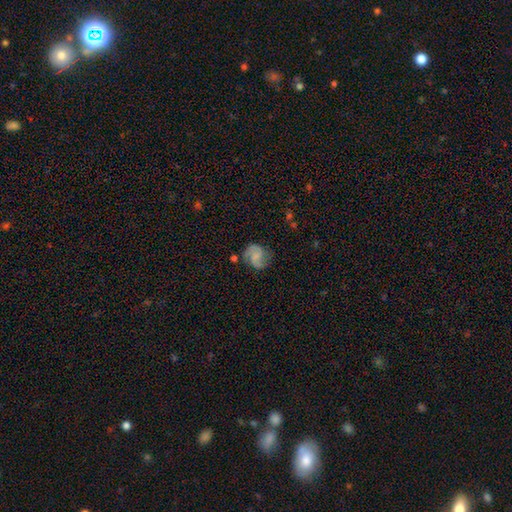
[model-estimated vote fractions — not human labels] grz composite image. It shows a featured or disk galaxy (63%) with no bar (55%), 2 (81%) medium (49%) spiral arms (92%) and no central bulge (51%). Merging: none (65%).